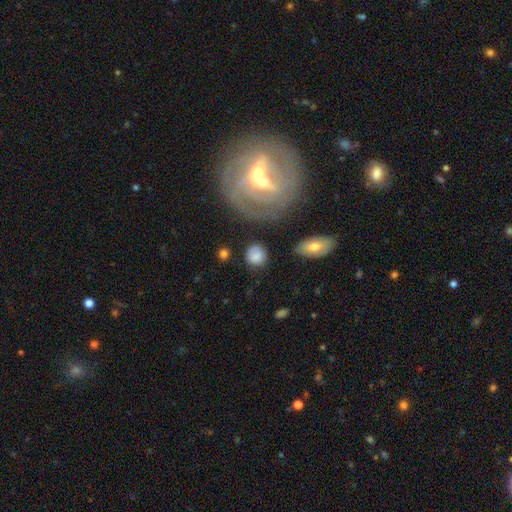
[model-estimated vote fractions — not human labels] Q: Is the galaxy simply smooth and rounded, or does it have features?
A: smooth — 76%.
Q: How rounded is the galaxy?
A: round — 81%.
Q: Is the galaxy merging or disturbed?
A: none — 73%.